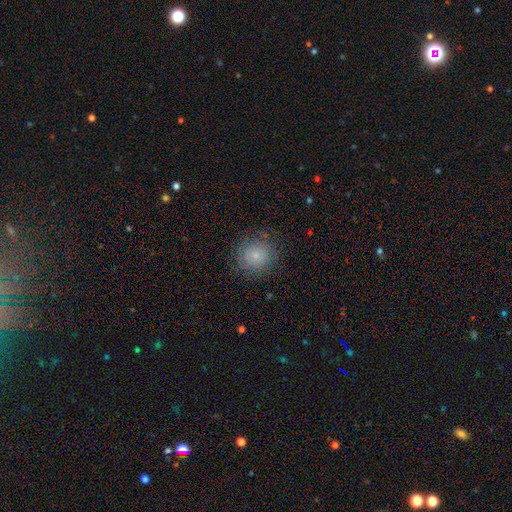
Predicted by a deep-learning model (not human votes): Smooth or featured: smooth — 75% (featured or disk — 15%)
How rounded: round — 90% (in between — 9%)
Merging: none — 82% (minor disturbance — 12%)